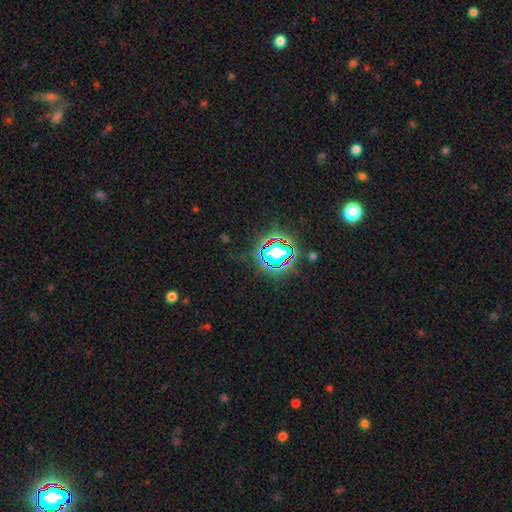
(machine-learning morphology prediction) Overall: star or artifact (81%).